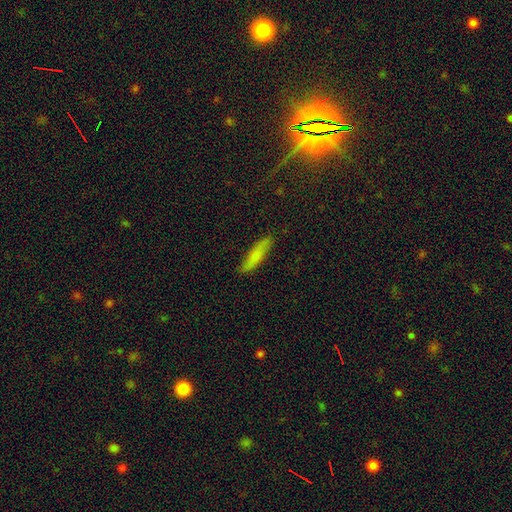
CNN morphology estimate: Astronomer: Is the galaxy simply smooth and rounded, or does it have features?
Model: smooth — 72%.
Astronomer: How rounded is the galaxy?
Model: cigar-shaped — 77%.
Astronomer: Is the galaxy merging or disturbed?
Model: none — 84%.